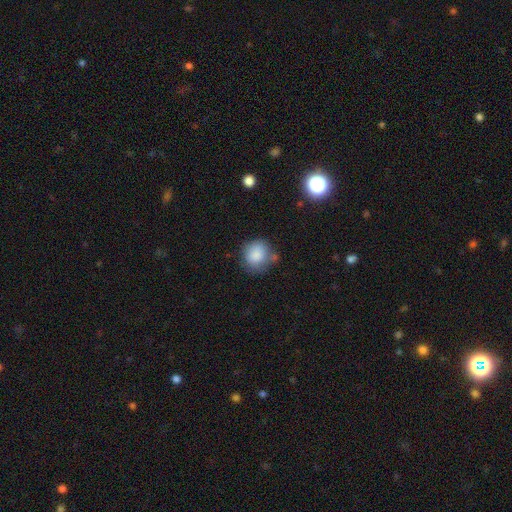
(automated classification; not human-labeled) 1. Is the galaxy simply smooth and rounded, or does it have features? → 83% smooth, 9% star or artifact, 8% featured or disk.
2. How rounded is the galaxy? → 82% round, 17% in between, 1% cigar-shaped.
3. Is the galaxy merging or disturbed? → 63% none, 23% minor disturbance, 7% merger, 7% major disturbance.